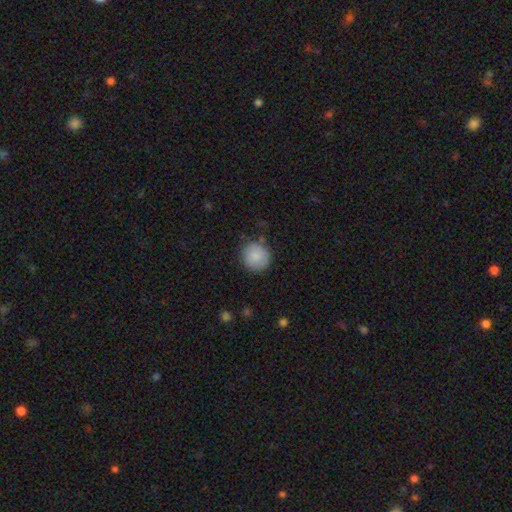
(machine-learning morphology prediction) The model was most divided on "merging": none: 82%, minor disturbance: 13%, major disturbance: 3%, merger: 2%. More confident: how rounded — round (93%); smooth or featured — smooth (85%).